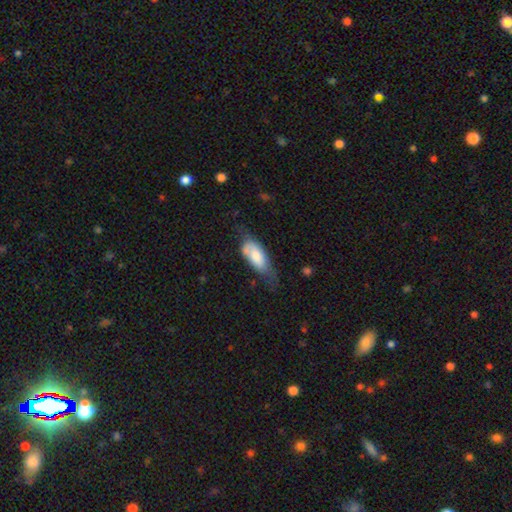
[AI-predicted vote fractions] Smooth or featured? Predicted: smooth (p=0.70). How rounded? Predicted: in between (p=0.85). Merging? Predicted: minor disturbance (p=0.39).